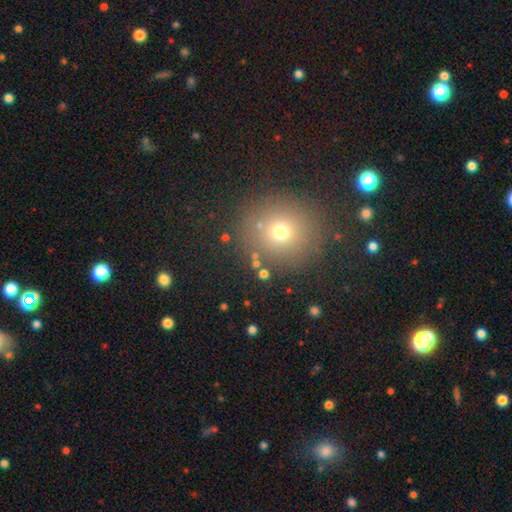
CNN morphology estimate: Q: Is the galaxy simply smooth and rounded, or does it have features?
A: smooth — 68%.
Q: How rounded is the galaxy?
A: round — 88%.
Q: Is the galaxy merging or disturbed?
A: none — 83%.